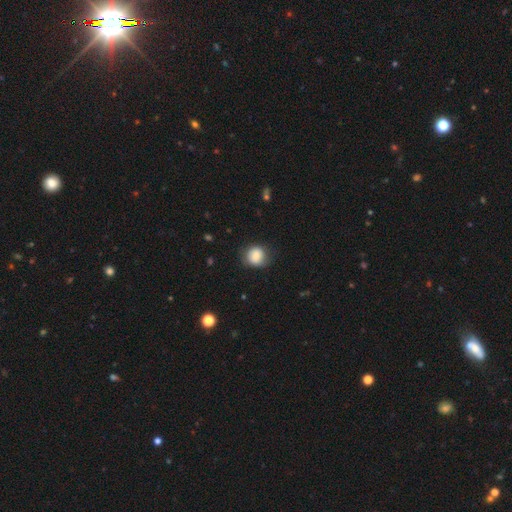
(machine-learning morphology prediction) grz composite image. It shows a smooth galaxy with no disk features (81%) that is round (81%). Merging: none (73%).